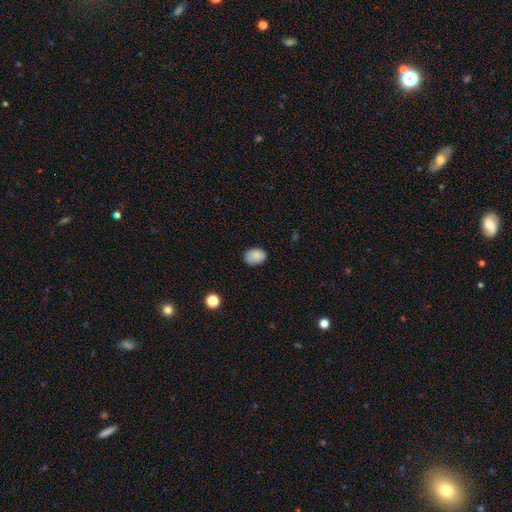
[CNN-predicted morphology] Smooth or featured: smooth — 87% (star or artifact — 8%)
How rounded: in between — 71% (round — 28%)
Merging: none — 80% (minor disturbance — 16%)